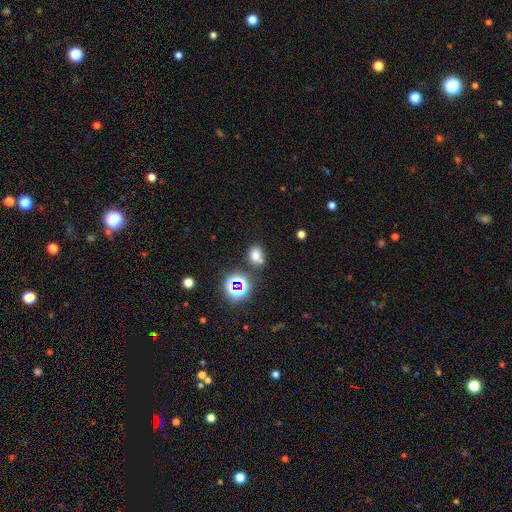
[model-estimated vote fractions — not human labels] Q: Smooth or featured?
A: smooth (69%); runner-up: star or artifact (22%)
Q: How rounded?
A: round (51%); runner-up: in between (48%)
Q: Merging?
A: none (60%); runner-up: minor disturbance (17%)